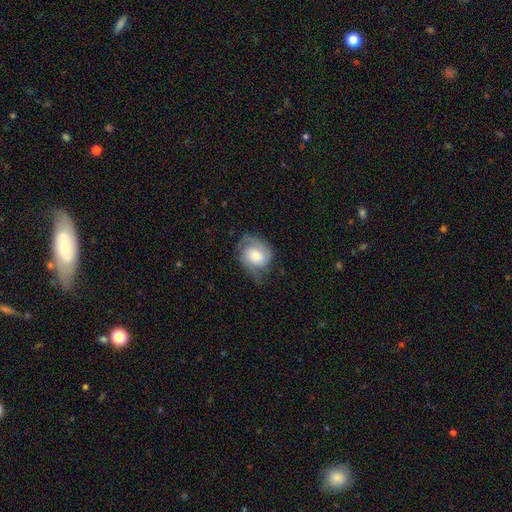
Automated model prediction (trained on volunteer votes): A featured or disk galaxy (57%) with no bar (73%), spiral arms (87%) and a moderate central bulge (46%). Merging: none (50%).